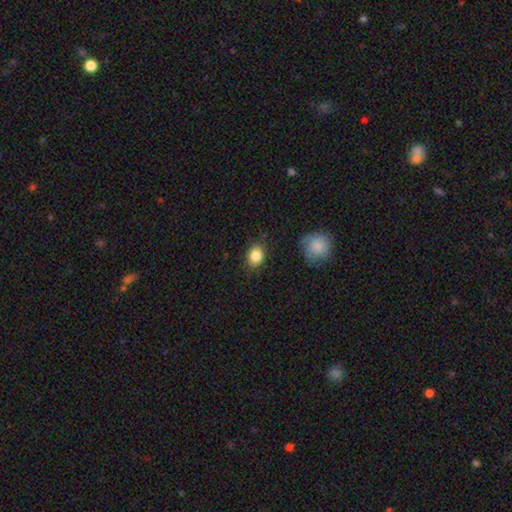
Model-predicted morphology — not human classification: smooth-or-featured: smooth: 86% | star or artifact: 9% | featured or disk: 6%
  how-rounded: round: 50% | in between: 49% | cigar-shaped: 1%
  merging: none: 80% | minor disturbance: 15% | major disturbance: 3% | merger: 2%